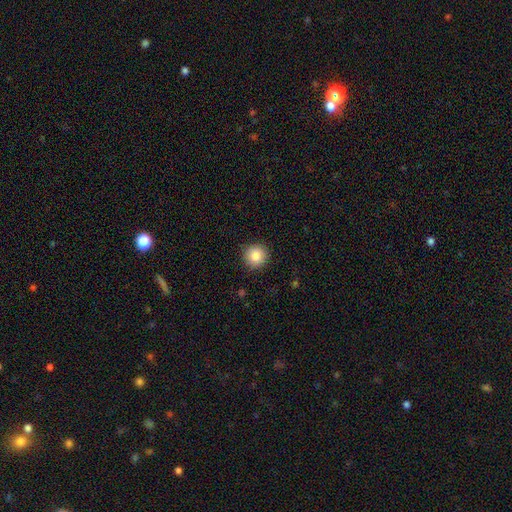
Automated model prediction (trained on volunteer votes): This appears to be a smooth galaxy with no disk features (87%) that is round (93%). Merging: none (90%).